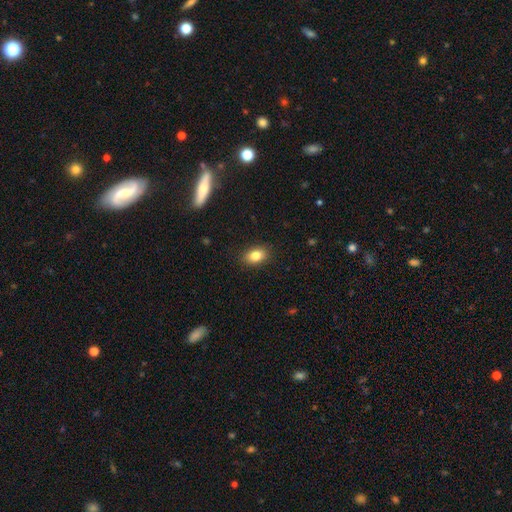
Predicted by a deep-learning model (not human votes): A smooth galaxy with no disk features (83%) that is in between round and cigar-shaped (80%).

Vote fractions:
- Smooth or featured? smooth: 83% / star or artifact: 9% / featured or disk: 8%
- How rounded? in between: 80% / round: 18% / cigar-shaped: 2%
- Merging? none: 88% / minor disturbance: 9% / major disturbance: 2% / merger: 1%